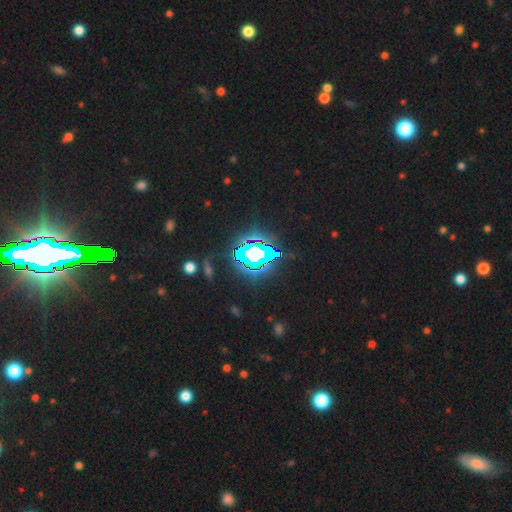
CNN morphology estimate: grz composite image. It shows a star or artifact, not a galaxy (70%).